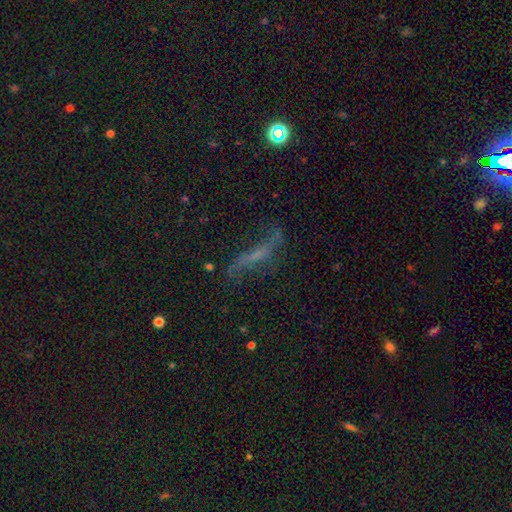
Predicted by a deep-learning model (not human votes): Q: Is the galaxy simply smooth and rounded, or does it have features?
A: featured or disk — 59%.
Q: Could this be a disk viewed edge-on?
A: no — 64%.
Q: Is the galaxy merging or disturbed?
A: none — 52%.